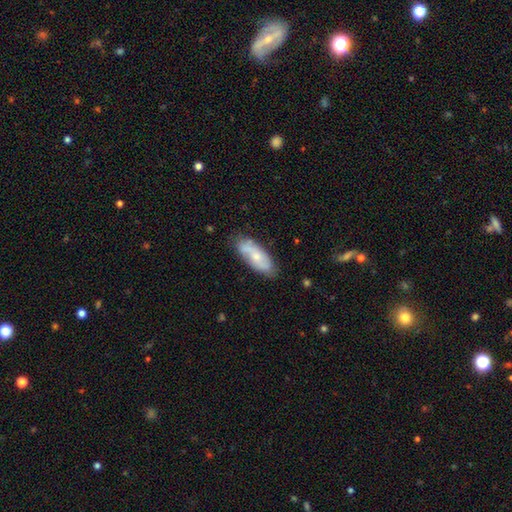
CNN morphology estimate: featured or disk 48%, smooth 46%, star or artifact 6%. Down the decision tree: merging — none (76%).